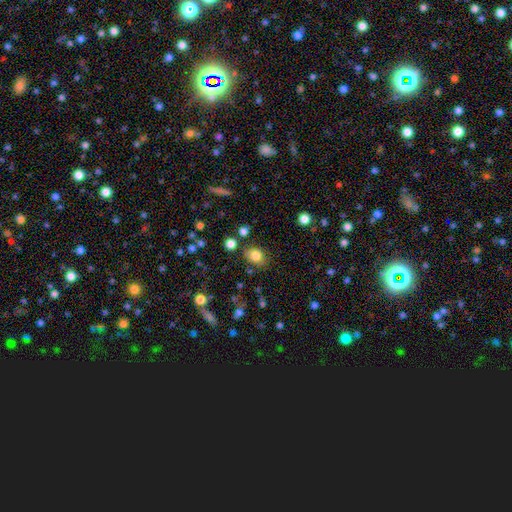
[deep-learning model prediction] This appears to be a smooth galaxy with no disk features (82%) that is round (55%). Merging: none (79%).